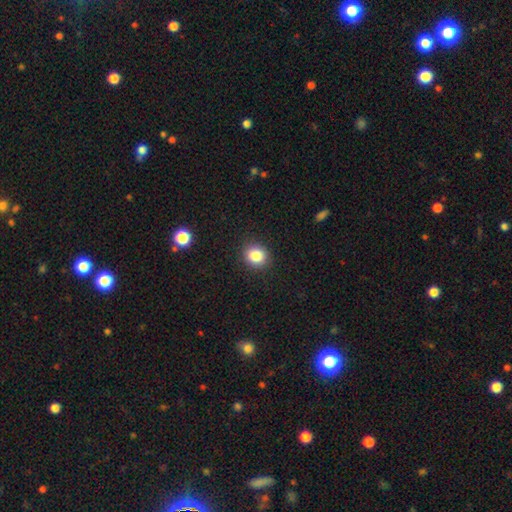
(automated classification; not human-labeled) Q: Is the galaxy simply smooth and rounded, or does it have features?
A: smooth — 84%.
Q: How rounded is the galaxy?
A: round — 78%.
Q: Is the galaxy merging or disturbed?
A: none — 90%.